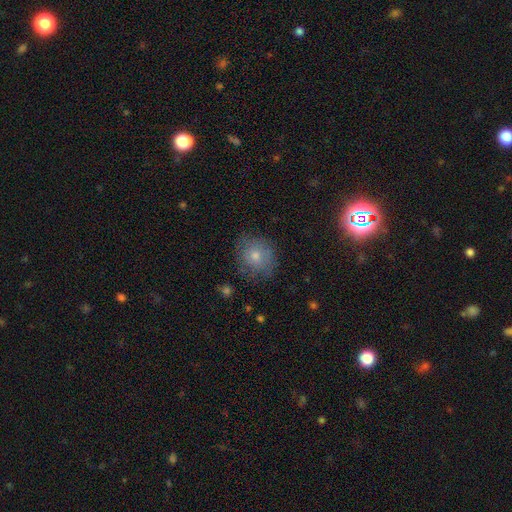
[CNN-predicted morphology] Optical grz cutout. It shows a smooth galaxy with no disk features (54%) that is round (83%). Merging: none (78%).